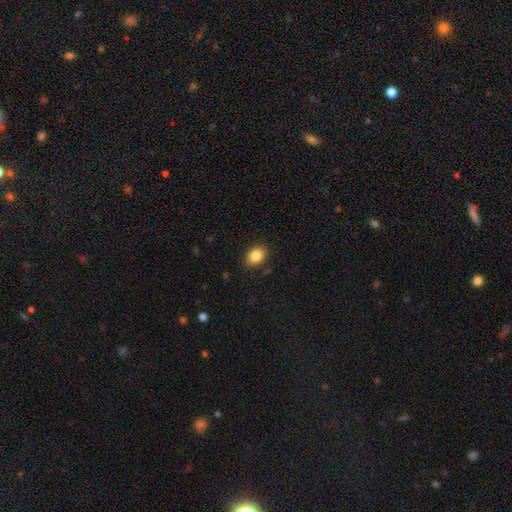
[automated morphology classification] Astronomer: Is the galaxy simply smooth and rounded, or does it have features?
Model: smooth — 86%.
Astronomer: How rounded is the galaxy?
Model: in between — 74%.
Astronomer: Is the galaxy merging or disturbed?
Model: none — 87%.